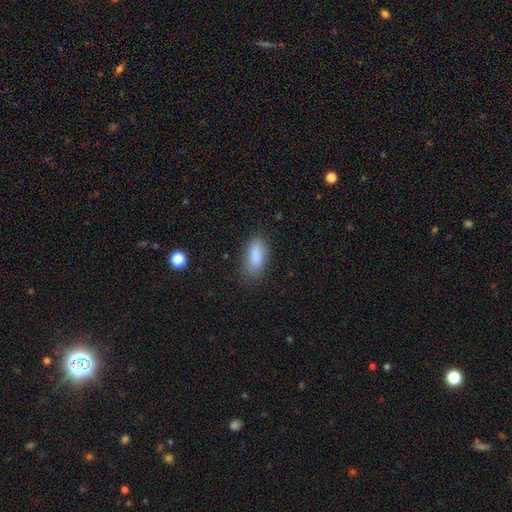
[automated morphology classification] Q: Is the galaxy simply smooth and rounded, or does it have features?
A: smooth — 87%.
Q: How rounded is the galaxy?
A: in between — 83%.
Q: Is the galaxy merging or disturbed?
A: none — 79%.